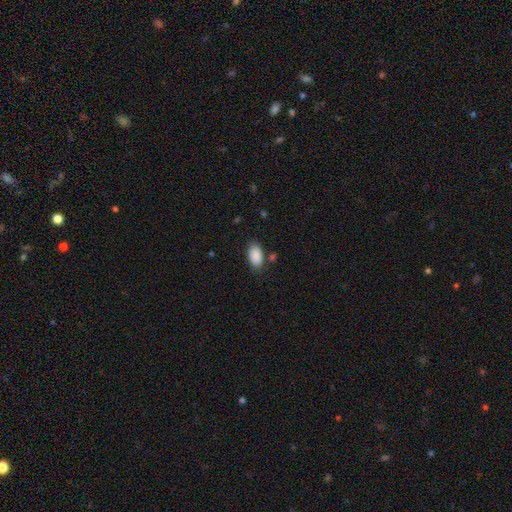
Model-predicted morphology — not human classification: Smooth or featured?
  - smooth: 89% *
  - star or artifact: 7%
  - featured or disk: 4%
How rounded?
  - in between: 94% *
  - round: 4%
  - cigar-shaped: 2%
Merging?
  - none: 80% *
  - minor disturbance: 13%
  - merger: 4%
  - major disturbance: 3%